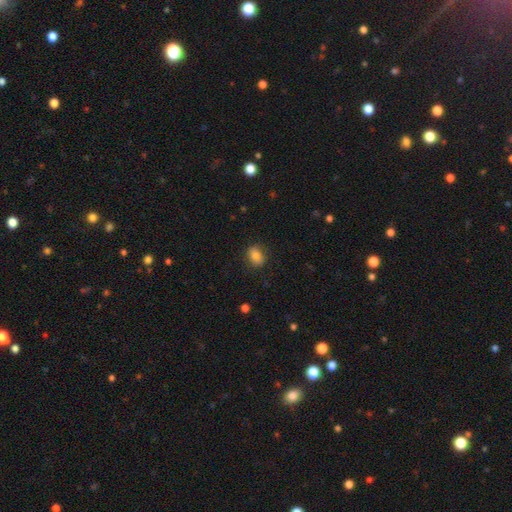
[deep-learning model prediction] Q: Smooth or featured?
A: smooth (81%); runner-up: featured or disk (10%)
Q: How rounded?
A: in between (69%); runner-up: round (30%)
Q: Merging?
A: none (82%); runner-up: minor disturbance (13%)